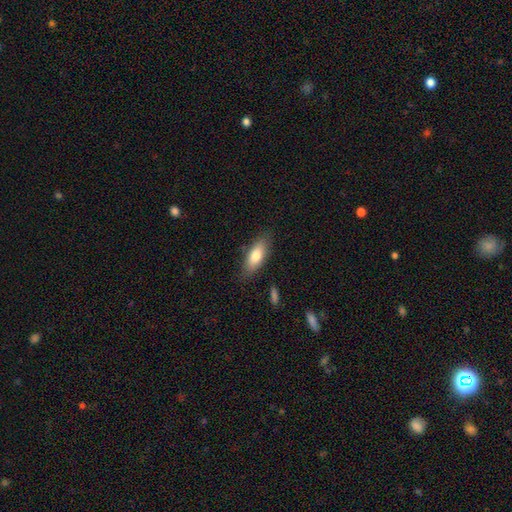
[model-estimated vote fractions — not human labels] This is likely a smooth galaxy (77%). How rounded: likely in between (71%). Merging: clearly none (81%).